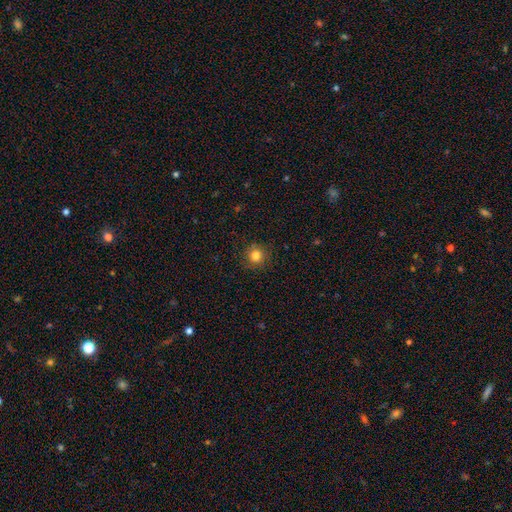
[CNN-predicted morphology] Smooth or featured?
  - smooth: 82% *
  - star or artifact: 12%
  - featured or disk: 6%
How rounded?
  - round: 93% *
  - in between: 6%
  - cigar-shaped: 1%
Merging?
  - none: 88% *
  - minor disturbance: 8%
  - major disturbance: 3%
  - merger: 1%